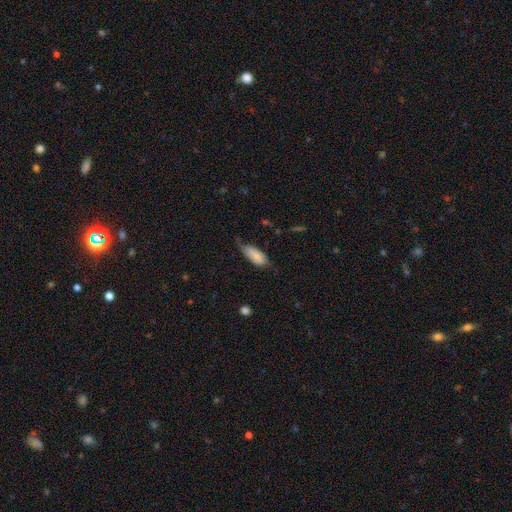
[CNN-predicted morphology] Q: Smooth or featured?
A: smooth (76%); runner-up: featured or disk (17%)
Q: How rounded?
A: in between (83%); runner-up: cigar-shaped (15%)
Q: Merging?
A: none (43%); runner-up: minor disturbance (41%)